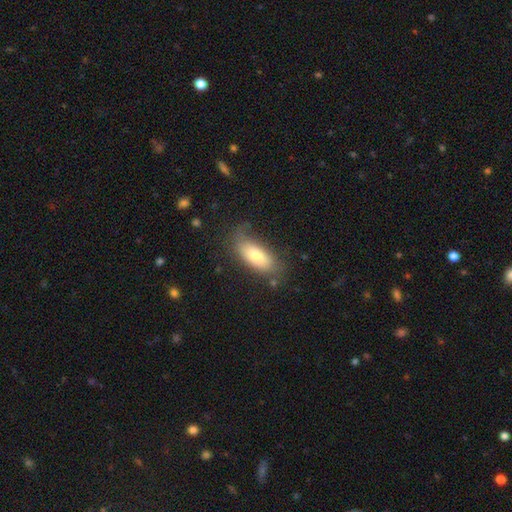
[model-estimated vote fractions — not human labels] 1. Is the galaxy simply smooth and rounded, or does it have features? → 72% smooth, 20% featured or disk, 8% star or artifact.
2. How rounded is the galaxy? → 84% in between, 14% cigar-shaped, 2% round.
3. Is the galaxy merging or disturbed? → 61% none, 25% minor disturbance, 11% major disturbance, 3% merger.